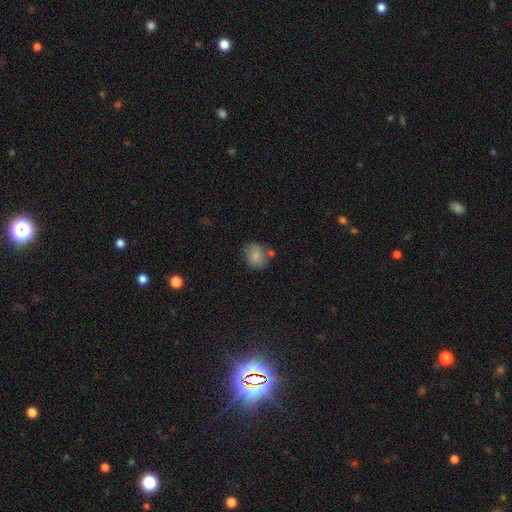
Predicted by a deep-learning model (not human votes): Smooth or featured? smooth (80%)
How rounded? round (68%)
Merging? none (61%)